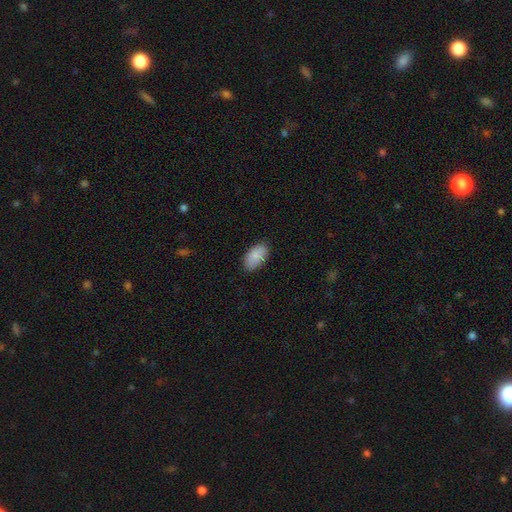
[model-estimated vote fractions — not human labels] Smooth or featured? smooth (89%)
How rounded? in between (95%)
Merging? none (84%)